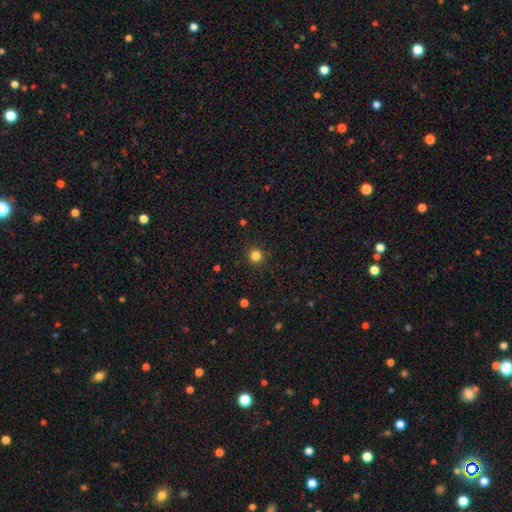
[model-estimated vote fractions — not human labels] This appears to be a smooth galaxy with no disk features (82%) that is round (93%). Merging: none (90%).